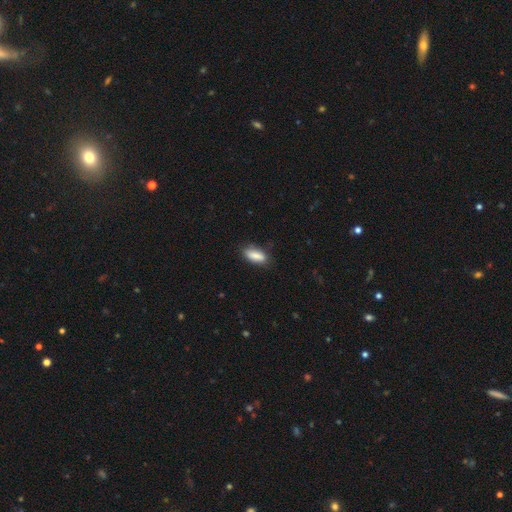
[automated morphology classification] Overall: smooth (84%). How rounded: in between (73%). Merging: none (76%).